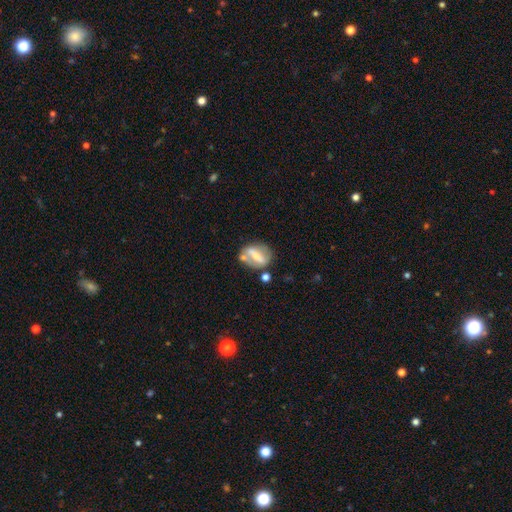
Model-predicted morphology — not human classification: smooth_or_featured: featured or disk (p=0.60) [alt: smooth p=0.33]
disk_edge_on: no (p=0.90) [alt: yes p=0.10]
bar: strong (p=0.66) [alt: weak p=0.21]
has_spiral_arms: no (p=0.57) [alt: yes p=0.43]
bulge_size: small (p=0.42) [alt: moderate p=0.37]
merging: none (p=0.58) [alt: minor disturbance p=0.19]